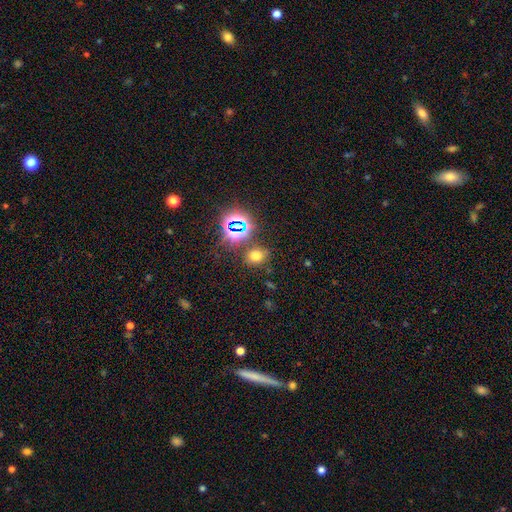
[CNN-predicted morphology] Smooth or featured? smooth (60%)
How rounded? round (54%)
Merging? none (77%)